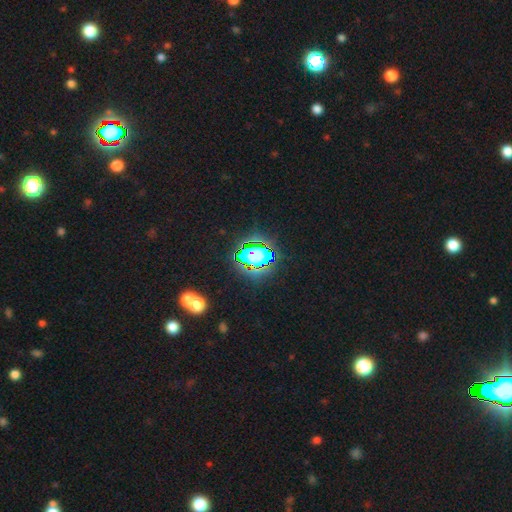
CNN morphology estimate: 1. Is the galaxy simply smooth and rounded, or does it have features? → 64% star or artifact, 23% smooth, 14% featured or disk.